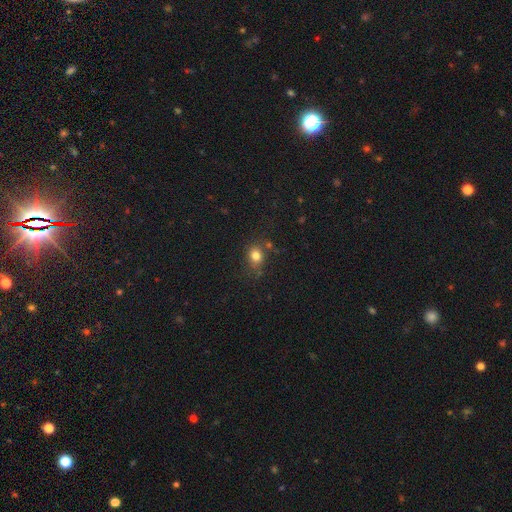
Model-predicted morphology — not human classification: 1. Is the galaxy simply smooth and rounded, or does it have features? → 79% smooth, 14% star or artifact, 7% featured or disk.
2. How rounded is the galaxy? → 59% round, 40% in between, 1% cigar-shaped.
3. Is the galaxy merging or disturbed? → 70% none, 17% minor disturbance, 7% merger, 6% major disturbance.